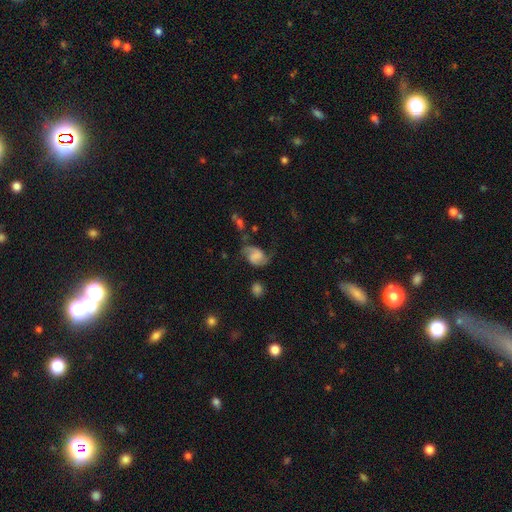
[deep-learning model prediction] smooth_or_featured: featured or disk (p=0.62) [alt: smooth p=0.28]
disk_edge_on: no (p=0.97) [alt: yes p=0.03]
bar: no (p=0.47) [alt: weak p=0.38]
has_spiral_arms: yes (p=0.90) [alt: no p=0.10]
spiral_winding: loose (p=0.50) [alt: medium p=0.38]
spiral_arm_count: 2 (p=0.86) [alt: 1 p=0.05]
bulge_size: none (p=0.54) [alt: small p=0.15]
merging: none (p=0.51) [alt: minor disturbance p=0.24]